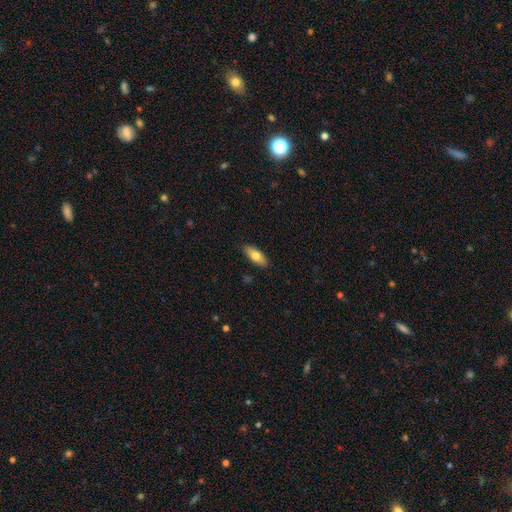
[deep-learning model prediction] smooth 74%, featured or disk 20%, star or artifact 6%. Down the decision tree: how rounded — in between (77%); merging — none (88%).